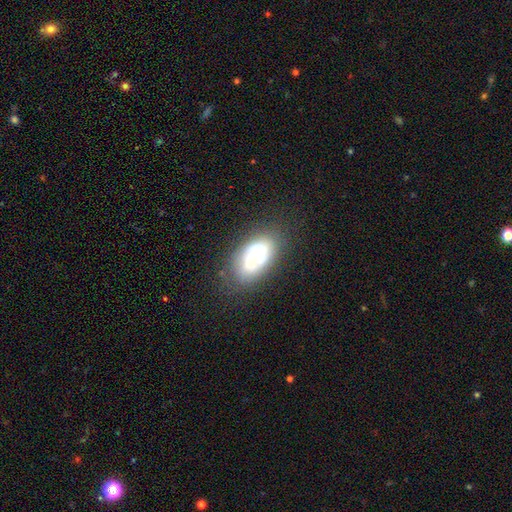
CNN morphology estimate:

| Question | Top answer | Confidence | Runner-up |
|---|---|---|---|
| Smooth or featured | featured or disk | 53% | smooth (37%) |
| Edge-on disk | no | 94% | yes (6%) |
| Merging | none | 68% | minor disturbance (20%) |